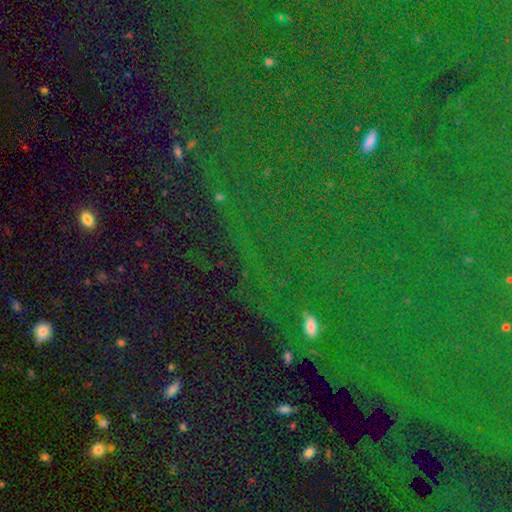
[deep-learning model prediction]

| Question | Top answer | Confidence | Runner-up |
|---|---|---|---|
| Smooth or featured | star or artifact | 82% | smooth (10%) |